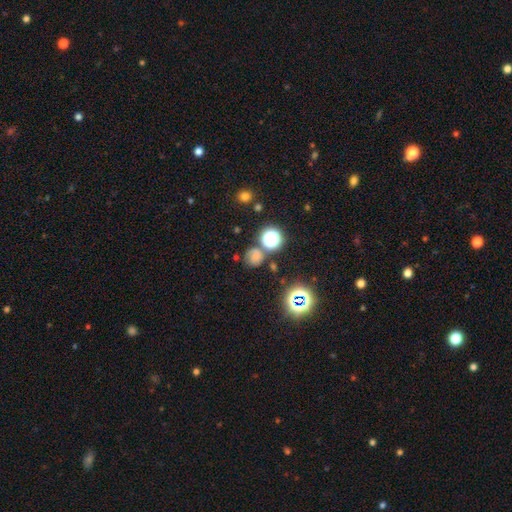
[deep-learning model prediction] This appears to be a smooth galaxy with no disk features (54%) that is round (84%). Merging: none (66%).